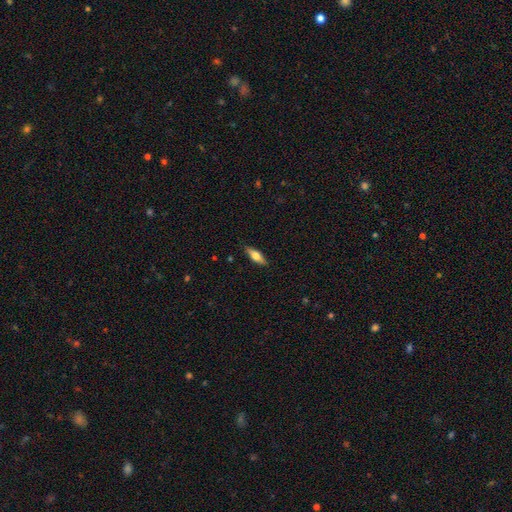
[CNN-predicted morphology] type=smooth (55%); roundness=in between (52%); merging=none (87%).